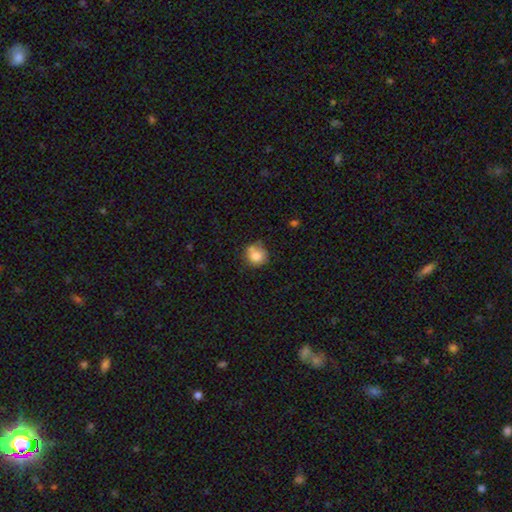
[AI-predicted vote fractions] A smooth galaxy with no disk features (78%) that is round (86%).

Vote fractions:
- Smooth or featured? smooth: 78% / featured or disk: 12% / star or artifact: 10%
- How rounded? round: 86% / in between: 13% / cigar-shaped: 1%
- Merging? none: 59% / minor disturbance: 19% / merger: 17% / major disturbance: 5%